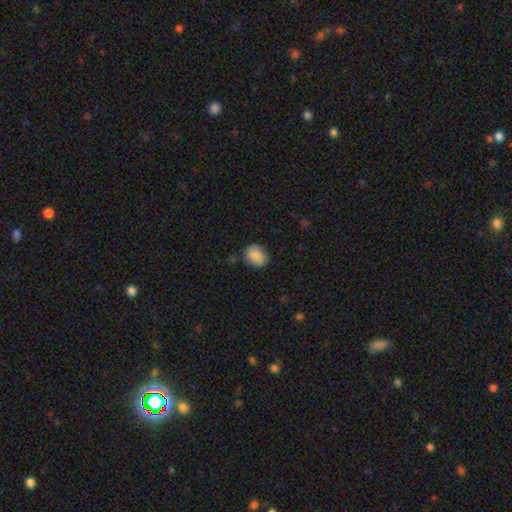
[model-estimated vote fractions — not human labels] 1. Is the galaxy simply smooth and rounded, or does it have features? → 78% smooth, 14% featured or disk, 8% star or artifact.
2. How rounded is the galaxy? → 53% round, 46% in between, 1% cigar-shaped.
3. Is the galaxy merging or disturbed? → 77% none, 17% minor disturbance, 4% major disturbance, 2% merger.